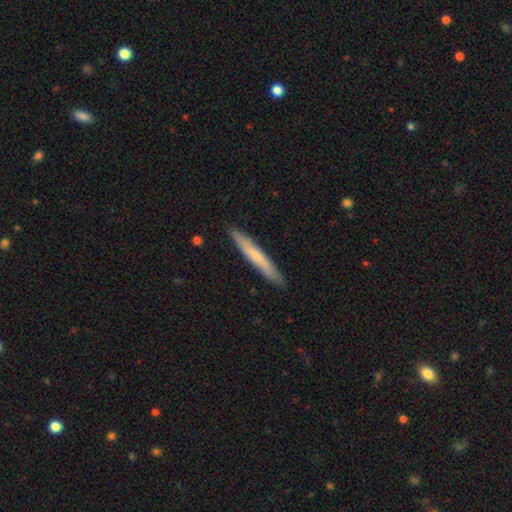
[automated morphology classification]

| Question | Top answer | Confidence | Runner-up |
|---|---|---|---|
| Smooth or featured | smooth | 61% | featured or disk (33%) |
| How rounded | cigar-shaped | 96% | in between (3%) |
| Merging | none | 90% | minor disturbance (7%) |